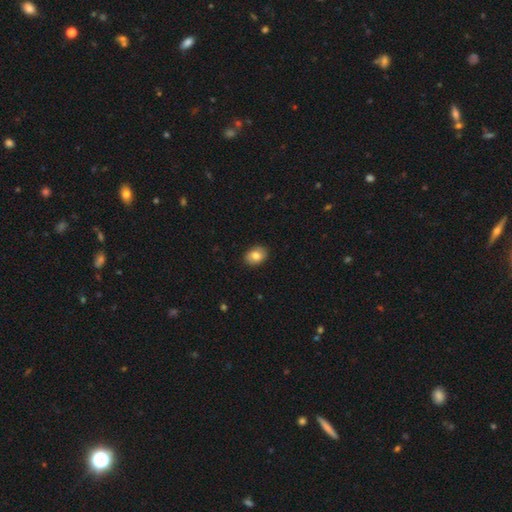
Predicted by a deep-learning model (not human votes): A smooth galaxy with no disk features (83%) that is in between round and cigar-shaped (74%). Merging: none (89%).